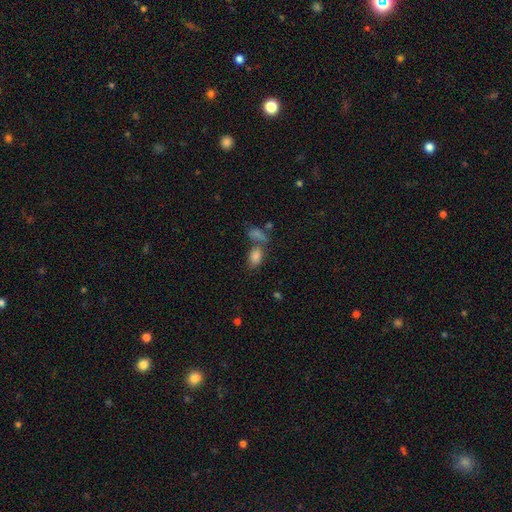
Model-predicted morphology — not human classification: Smooth or featured: smooth — 74% (star or artifact — 16%)
How rounded: in between — 85% (round — 12%)
Merging: none — 47% (merger — 36%)